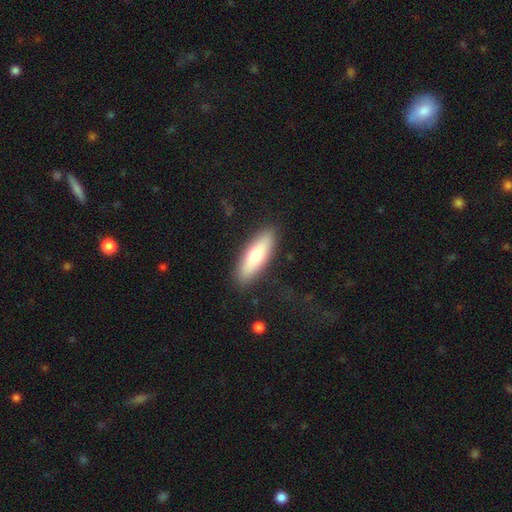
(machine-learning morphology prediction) smooth-or-featured: smooth: 68% | featured or disk: 26% | star or artifact: 6%
  how-rounded: in between: 50% | cigar-shaped: 48% | round: 2%
  merging: none: 88% | minor disturbance: 9% | major disturbance: 2% | merger: 1%